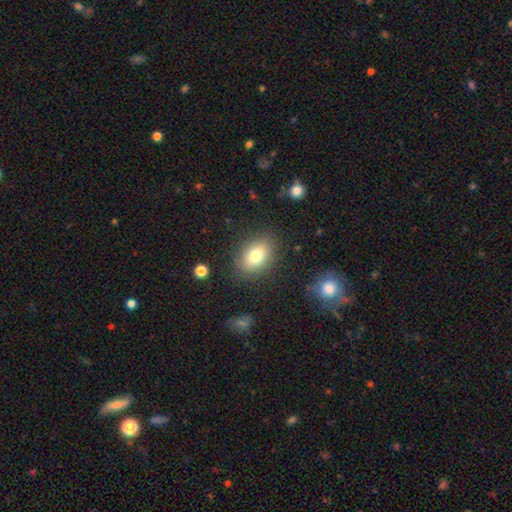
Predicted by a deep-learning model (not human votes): Smooth or featured?
  - smooth: 77% *
  - featured or disk: 14%
  - star or artifact: 10%
How rounded?
  - in between: 77% *
  - round: 22%
  - cigar-shaped: 2%
Merging?
  - none: 84% *
  - minor disturbance: 11%
  - major disturbance: 4%
  - merger: 2%